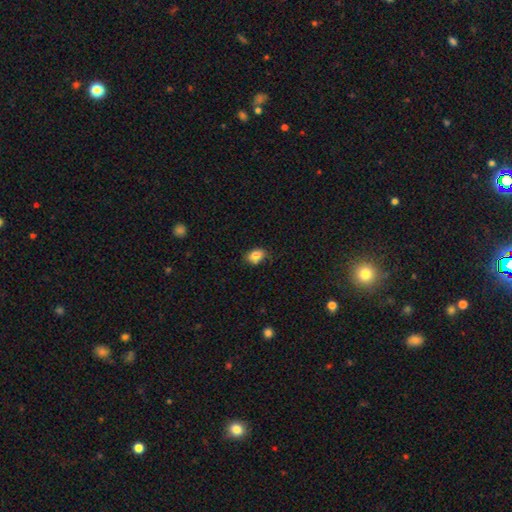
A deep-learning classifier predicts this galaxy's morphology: This is clearly a smooth galaxy (84%). How rounded: likely in between (74%). Merging: likely none (69%).